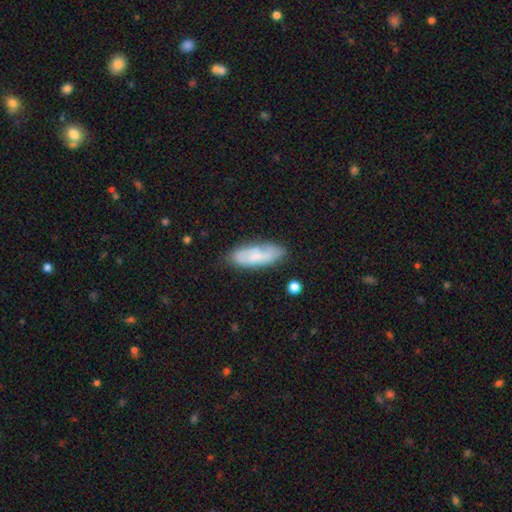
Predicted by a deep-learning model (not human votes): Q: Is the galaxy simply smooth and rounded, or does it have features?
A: smooth — 60%.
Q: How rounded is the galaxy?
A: in between — 69%.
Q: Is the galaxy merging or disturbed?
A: none — 70%.